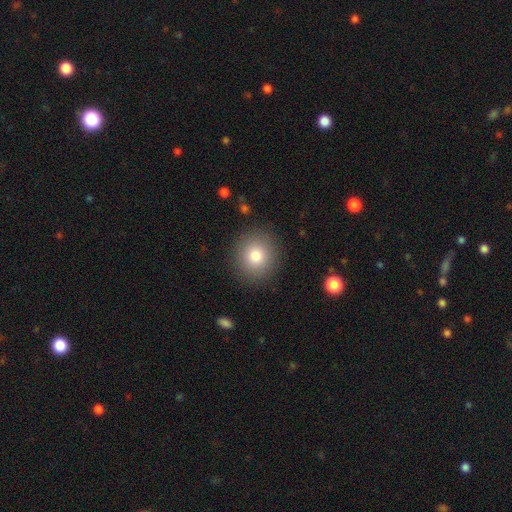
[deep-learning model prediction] Overall: smooth (79%). How rounded: round (90%). Merging: none (89%).